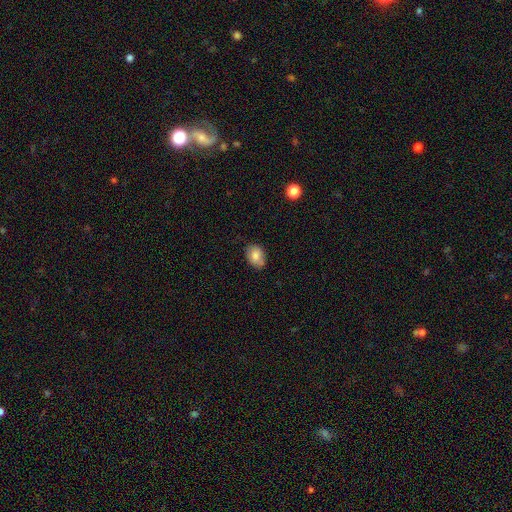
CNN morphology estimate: Smooth or featured: smooth — 80% (featured or disk — 12%)
How rounded: in between — 73% (round — 26%)
Merging: none — 73% (minor disturbance — 21%)